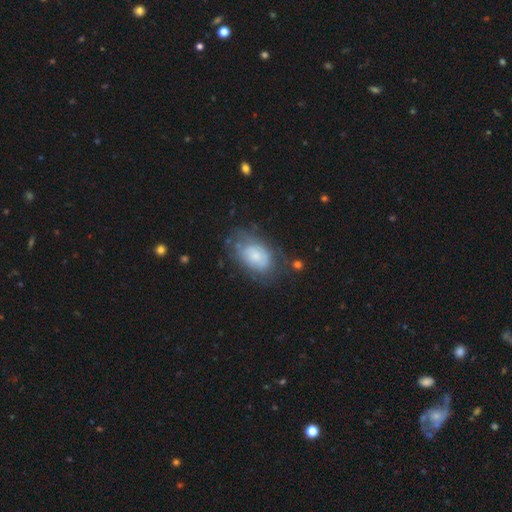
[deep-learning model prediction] A smooth galaxy with no disk features (56%) that is in between round and cigar-shaped (89%). Merging: none (54%).